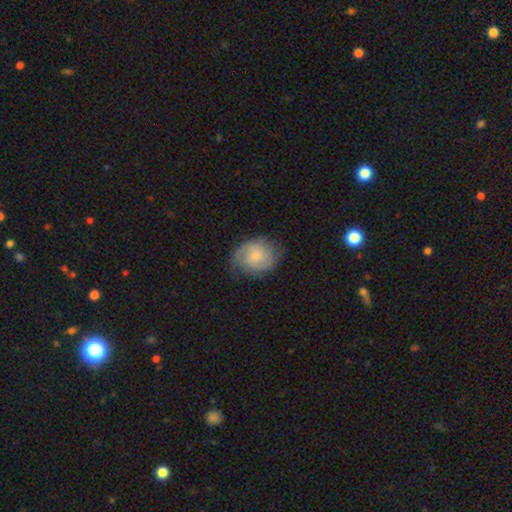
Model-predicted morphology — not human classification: featured or disk 56%, smooth 37%, star or artifact 7%. Down the decision tree: edge-on disk — no (97%); bar — no (73%); spiral arms — yes (89%); bulge size — small (63%); merging — none (69%).